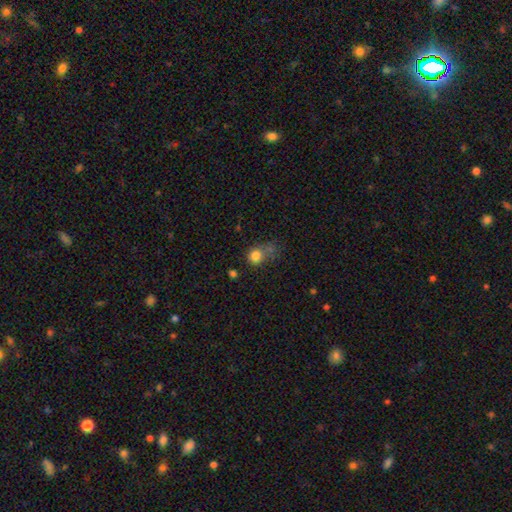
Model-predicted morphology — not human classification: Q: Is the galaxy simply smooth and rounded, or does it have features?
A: smooth — 80%.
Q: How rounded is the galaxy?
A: round — 79%.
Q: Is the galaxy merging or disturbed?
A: none — 44%.